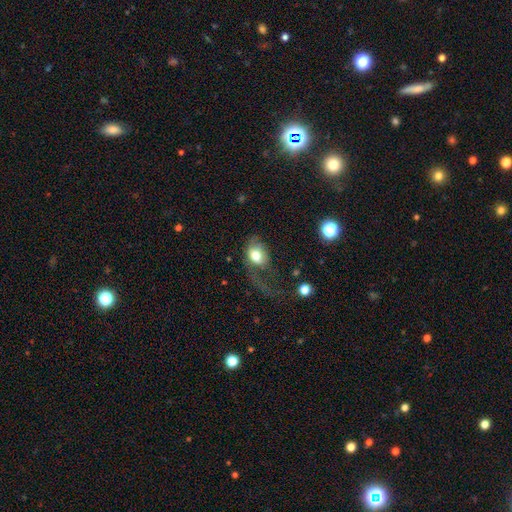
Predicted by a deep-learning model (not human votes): Overall: smooth (67%). How rounded: in between (71%). Merging: major disturbance (57%; none 21%).